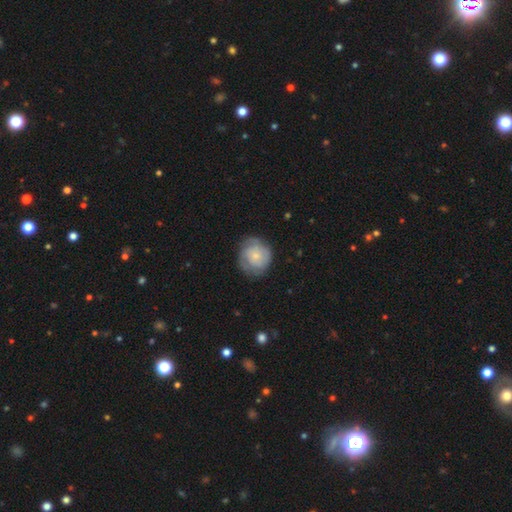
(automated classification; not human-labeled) Smooth or featured? smooth (48%)
Merging? none (69%)